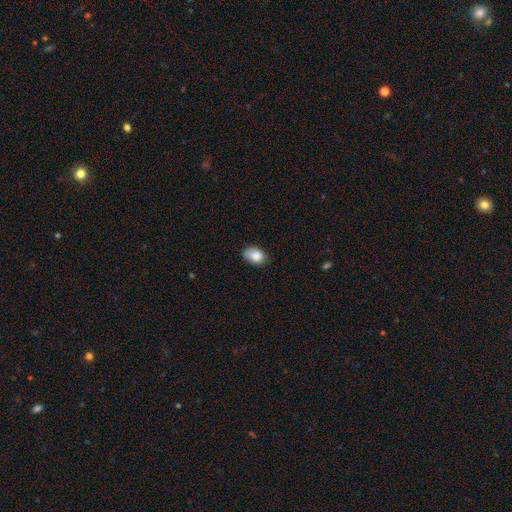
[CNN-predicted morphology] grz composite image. It shows a smooth galaxy with no disk features (86%) that is in between round and cigar-shaped (78%). Merging: none (64%).